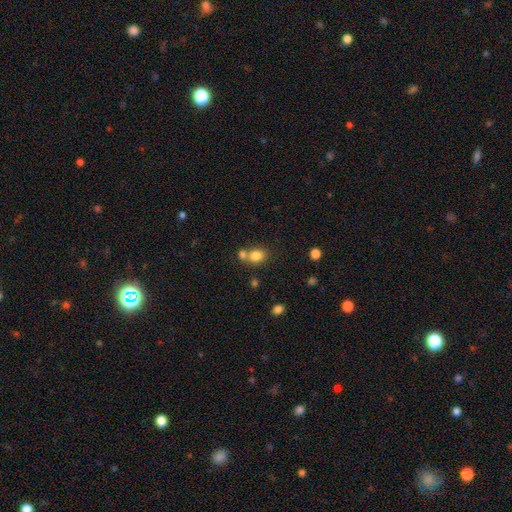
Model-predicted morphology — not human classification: smooth_or_featured: smooth (p=0.82) [alt: star or artifact p=0.11]
how_rounded: round (p=0.61) [alt: in between p=0.38]
merging: none (p=0.50) [alt: merger p=0.38]